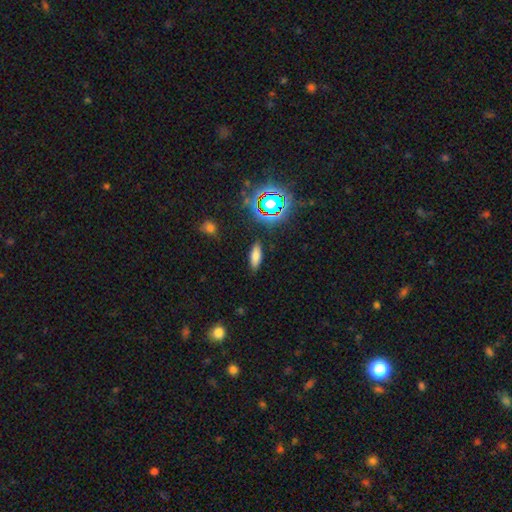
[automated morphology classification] Smooth or featured? Predicted: smooth (p=0.71). How rounded? Predicted: in between (p=0.66). Merging? Predicted: none (p=0.87).